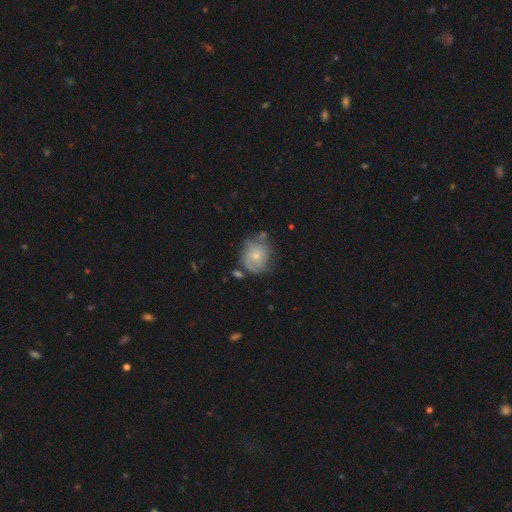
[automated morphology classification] Smooth or featured: smooth — 48% (featured or disk — 44%)
Merging: none — 50% (minor disturbance — 29%)